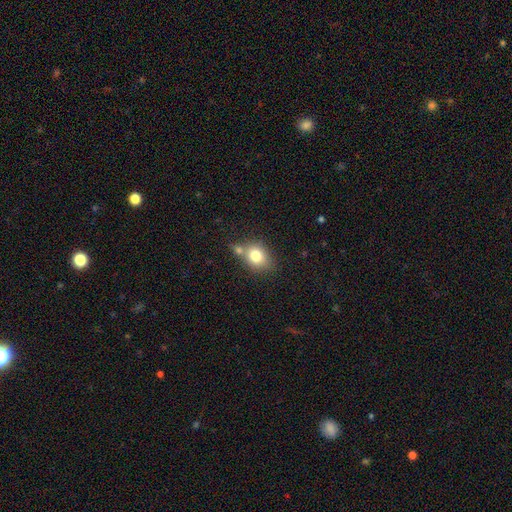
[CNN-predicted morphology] A smooth galaxy with no disk features (78%) that is in between round and cigar-shaped (55%). Merging: none (52%).